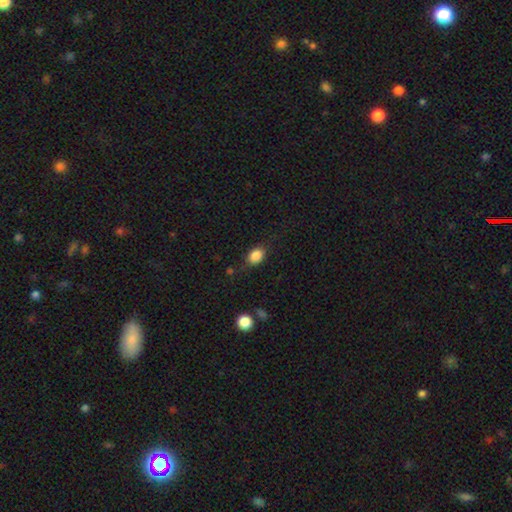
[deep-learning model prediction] Smooth or featured? smooth (85%)
How rounded? in between (66%)
Merging? none (74%)